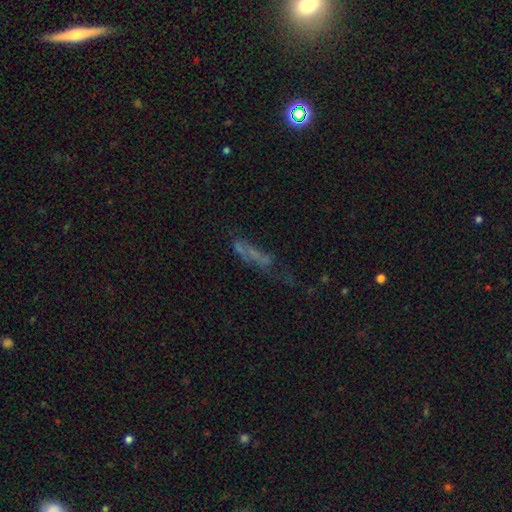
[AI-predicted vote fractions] A smooth galaxy with no disk features (39%, tied with featured or disk).

Vote fractions:
- Smooth or featured? smooth: 39% (tied) / featured or disk: 39% (tied) / star or artifact: 22%
- Merging? none: 35% / major disturbance: 32% / minor disturbance: 20% / merger: 13%